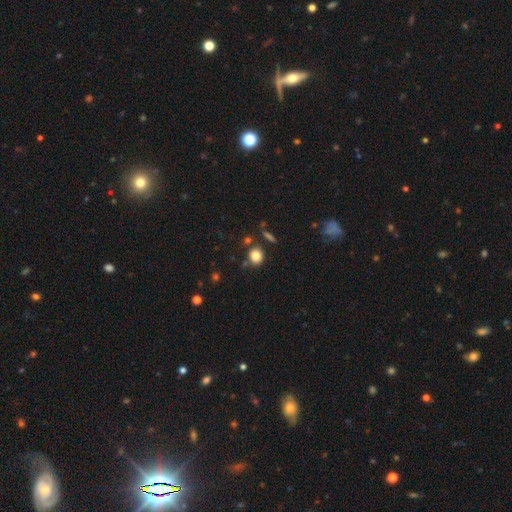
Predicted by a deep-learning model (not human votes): Smooth or featured? Predicted: smooth (p=0.83). How rounded? Predicted: round (p=0.78). Merging? Predicted: none (p=0.80).